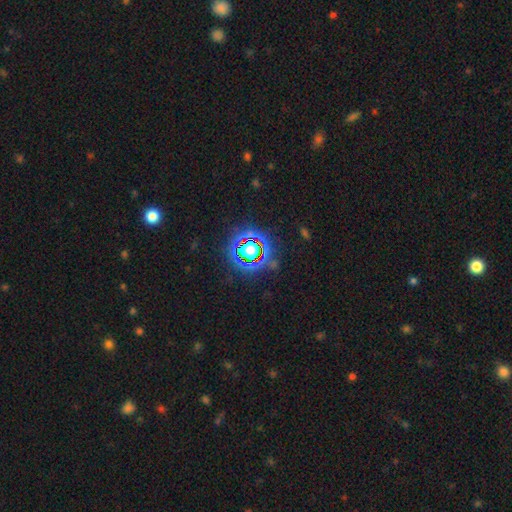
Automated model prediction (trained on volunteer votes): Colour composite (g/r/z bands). It shows a star or artifact, not a galaxy (79%).